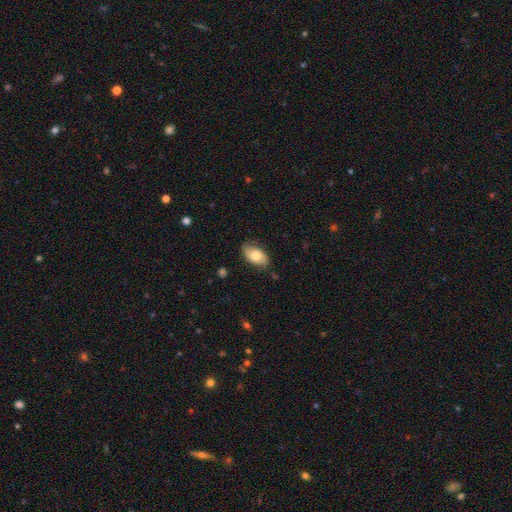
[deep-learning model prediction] Smooth or featured? smooth (72%)
How rounded? in between (93%)
Merging? none (76%)